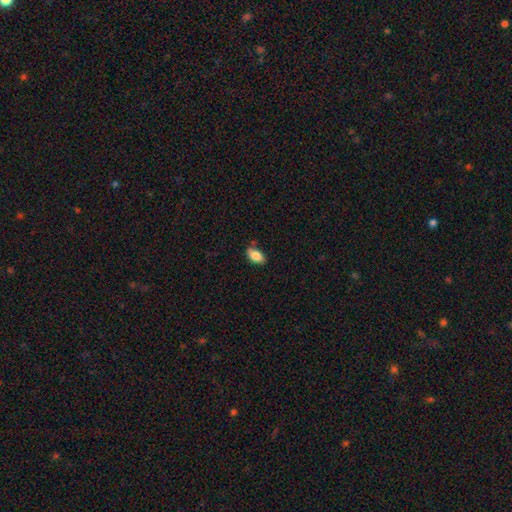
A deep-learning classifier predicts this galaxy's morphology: Q: Smooth or featured?
A: smooth (85%); runner-up: featured or disk (7%)
Q: How rounded?
A: in between (93%); runner-up: round (4%)
Q: Merging?
A: none (76%); runner-up: minor disturbance (16%)